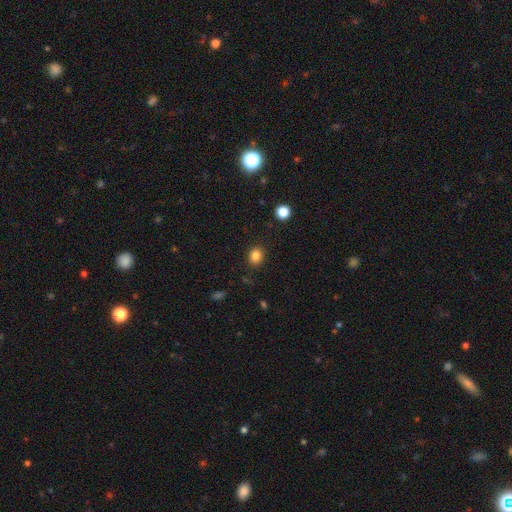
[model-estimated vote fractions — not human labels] The model was most divided on "how rounded": round: 66%, in between: 33%, cigar-shaped: 1%. More confident: merging — none (88%); smooth or featured — smooth (84%).